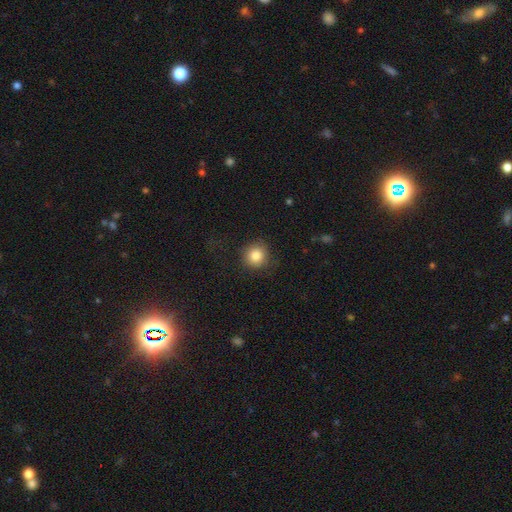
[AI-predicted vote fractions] A smooth galaxy with no disk features (84%) that is round (90%). Merging: none (82%).